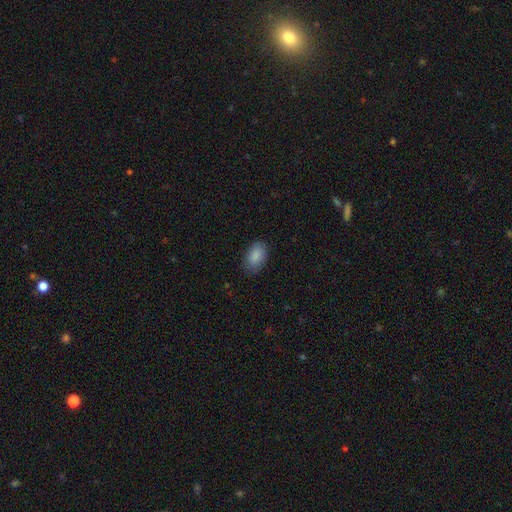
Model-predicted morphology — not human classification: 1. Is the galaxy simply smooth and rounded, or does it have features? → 88% smooth, 7% star or artifact, 5% featured or disk.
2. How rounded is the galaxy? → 93% in between, 6% round, 2% cigar-shaped.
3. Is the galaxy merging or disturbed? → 82% none, 14% minor disturbance, 3% major disturbance, 1% merger.